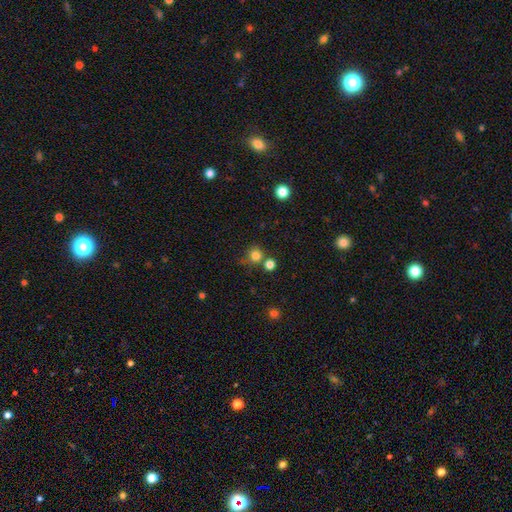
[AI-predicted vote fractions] A smooth galaxy with no disk features (80%) that is round (90%). Merging: none (66%).